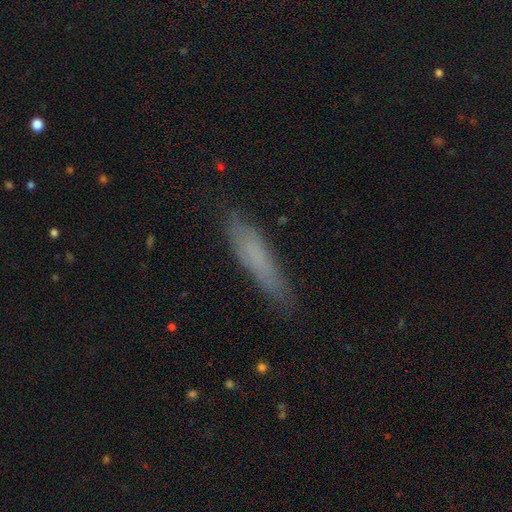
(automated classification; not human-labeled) smooth 67%, featured or disk 24%, star or artifact 9%. Down the decision tree: how rounded — cigar-shaped (83%); merging — none (79%).